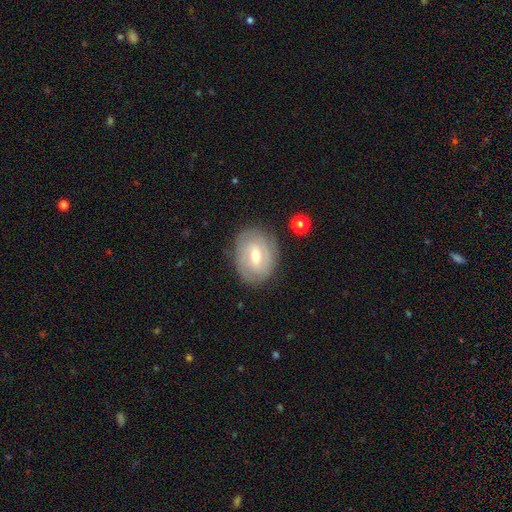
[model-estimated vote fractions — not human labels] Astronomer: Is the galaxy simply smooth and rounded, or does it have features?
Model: featured or disk — 56% (runner-up: smooth, 37%).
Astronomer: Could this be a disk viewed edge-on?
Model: no — 95%.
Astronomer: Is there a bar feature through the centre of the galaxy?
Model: weak — 56%.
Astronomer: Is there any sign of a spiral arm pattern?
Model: yes — 69%.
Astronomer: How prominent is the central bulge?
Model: moderate — 63%.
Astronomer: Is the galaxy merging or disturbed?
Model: none — 81%.